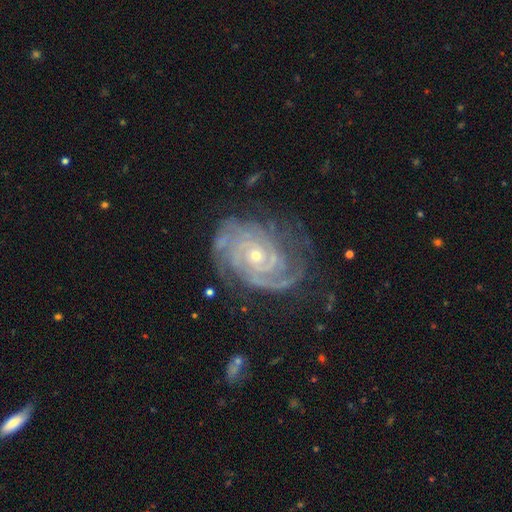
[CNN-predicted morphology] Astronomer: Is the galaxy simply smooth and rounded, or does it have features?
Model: featured or disk — 91%.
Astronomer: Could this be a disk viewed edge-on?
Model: no — 97%.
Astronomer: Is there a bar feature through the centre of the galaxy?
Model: no — 73%.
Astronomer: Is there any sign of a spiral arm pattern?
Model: yes — 98%.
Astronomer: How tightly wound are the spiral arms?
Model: tight — 77%.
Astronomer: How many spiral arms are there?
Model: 3 — 23% (runner-up: can't tell, 21%).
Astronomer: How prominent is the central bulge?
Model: small — 70%.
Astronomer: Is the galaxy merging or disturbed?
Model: none — 71%.